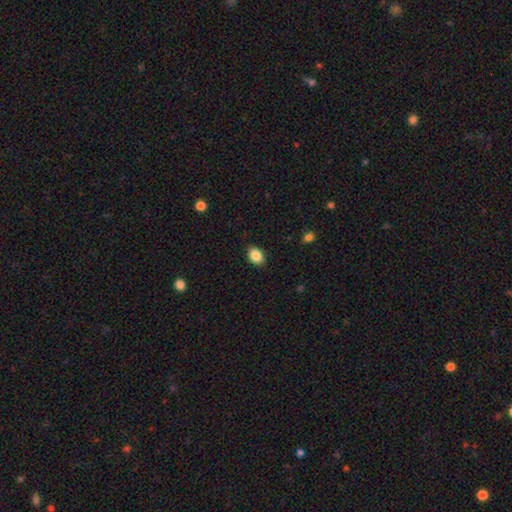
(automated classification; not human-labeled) Smooth or featured: smooth — 86% (star or artifact — 8%)
How rounded: in between — 77% (round — 22%)
Merging: none — 88% (minor disturbance — 9%)